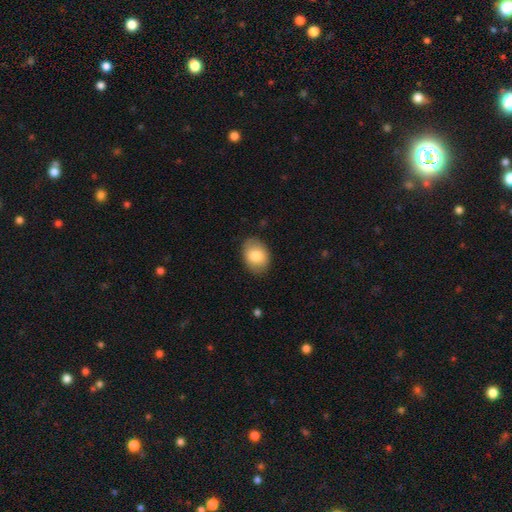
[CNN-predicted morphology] Q: Smooth or featured?
A: smooth (82%); runner-up: featured or disk (12%)
Q: How rounded?
A: in between (76%); runner-up: round (23%)
Q: Merging?
A: none (84%); runner-up: minor disturbance (12%)